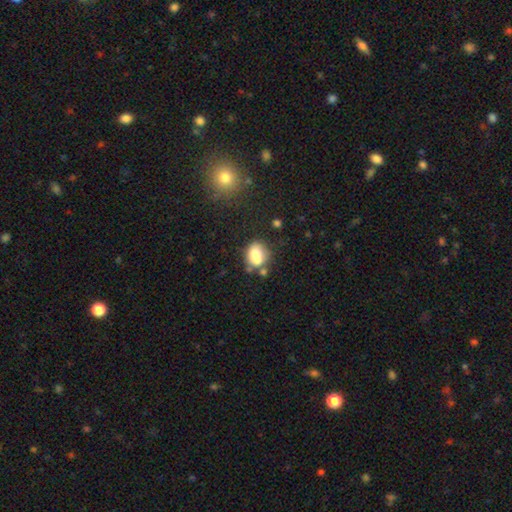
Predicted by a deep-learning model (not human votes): Smooth or featured: smooth — 76% (featured or disk — 13%)
How rounded: in between — 58% (round — 40%)
Merging: none — 60% (minor disturbance — 18%)